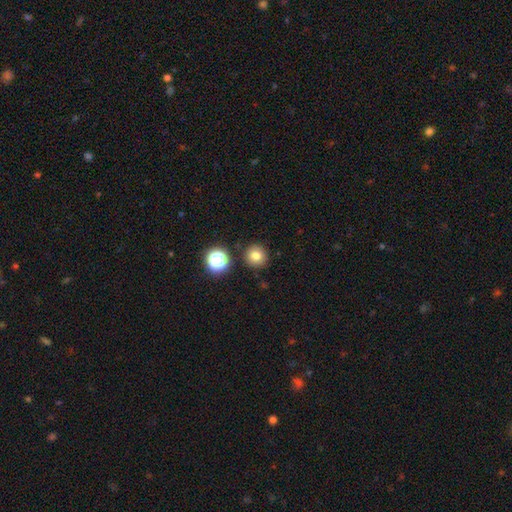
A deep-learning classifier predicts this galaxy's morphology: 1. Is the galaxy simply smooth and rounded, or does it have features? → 78% smooth, 14% star or artifact, 7% featured or disk.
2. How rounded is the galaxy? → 94% round, 5% in between, 1% cigar-shaped.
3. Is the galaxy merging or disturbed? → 89% none, 6% minor disturbance, 3% merger, 2% major disturbance.